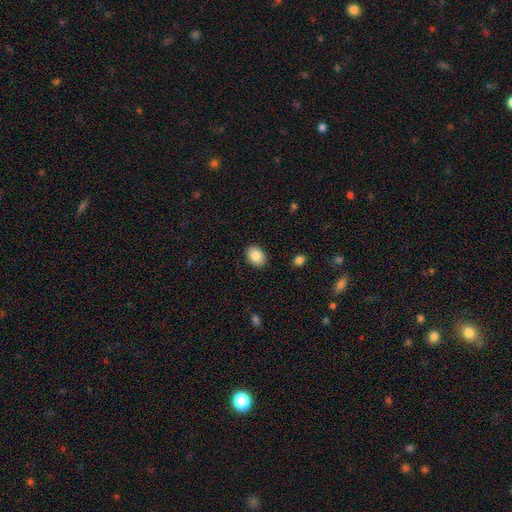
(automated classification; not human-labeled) smooth_or_featured: smooth (p=0.86) [alt: star or artifact p=0.08]
how_rounded: in between (p=0.74) [alt: round p=0.25]
merging: none (p=0.89) [alt: minor disturbance p=0.08]